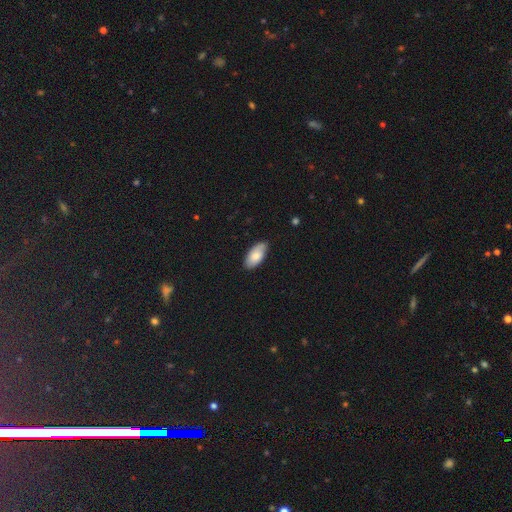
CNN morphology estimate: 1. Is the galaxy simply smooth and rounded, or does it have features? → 78% smooth, 15% featured or disk, 6% star or artifact.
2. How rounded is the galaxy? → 93% in between, 5% cigar-shaped, 2% round.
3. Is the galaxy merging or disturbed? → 80% none, 16% minor disturbance, 2% major disturbance, 1% merger.